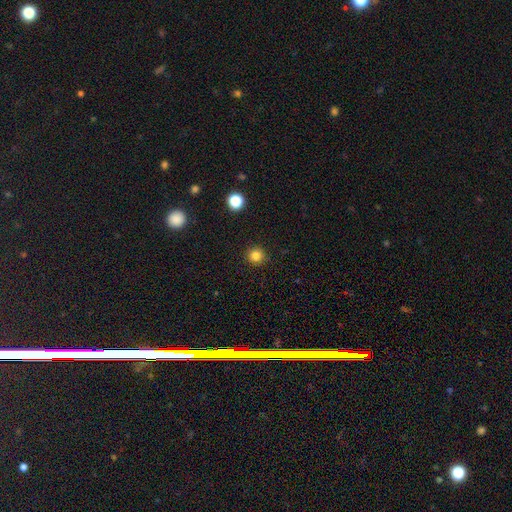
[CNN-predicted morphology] Smooth or featured? Predicted: smooth (p=0.83). How rounded? Predicted: round (p=0.95). Merging? Predicted: none (p=0.92).